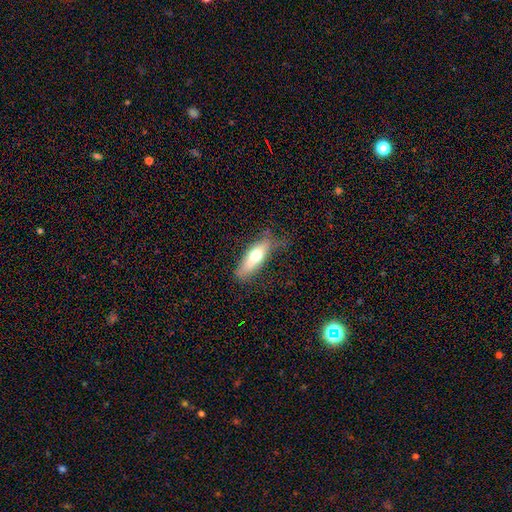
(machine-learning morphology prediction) Overall: smooth (58%; featured or disk 36%). How rounded: in between (49%; cigar-shaped 48%). Merging: none (69%).